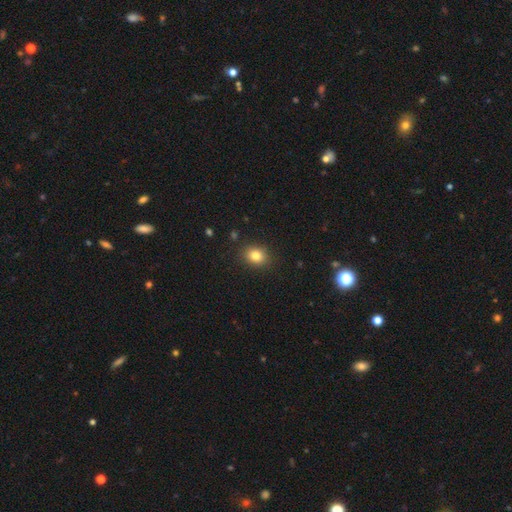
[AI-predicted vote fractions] This is clearly a smooth galaxy (82%). How rounded: possibly round (53%). Merging: clearly none (88%).